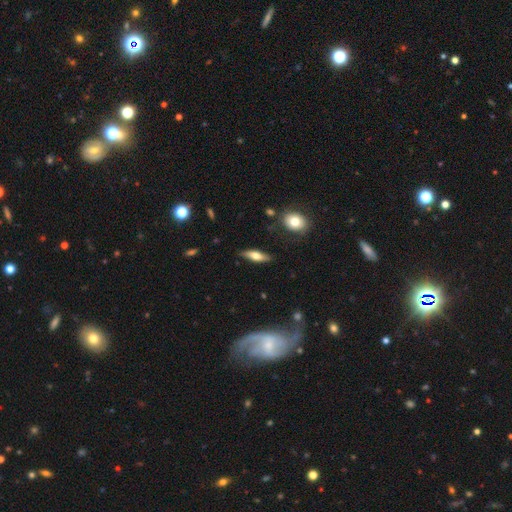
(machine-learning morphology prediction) Overall: smooth (57%; featured or disk 37%). How rounded: cigar-shaped (50%; in between 47%). Merging: none (82%).